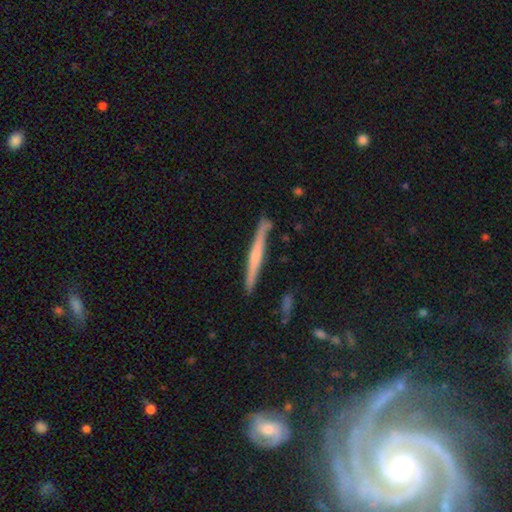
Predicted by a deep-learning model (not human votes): Smooth or featured? Predicted: featured or disk (p=0.59). Edge-on disk? Predicted: yes (p=0.97). Edge-on bulge? Predicted: rounded (p=0.47). Merging? Predicted: none (p=0.87).